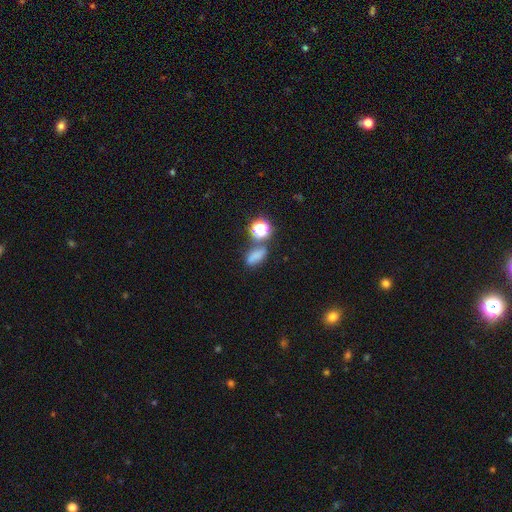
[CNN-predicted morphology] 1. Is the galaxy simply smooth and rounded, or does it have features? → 68% smooth, 21% star or artifact, 10% featured or disk.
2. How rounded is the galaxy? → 68% in between, 21% round, 11% cigar-shaped.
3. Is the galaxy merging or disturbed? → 59% none, 17% minor disturbance, 16% merger, 8% major disturbance.